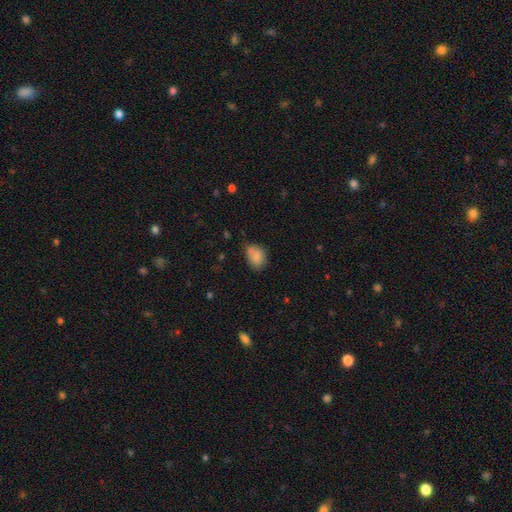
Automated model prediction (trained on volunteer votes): A smooth galaxy with no disk features (82%) that is in between round and cigar-shaped (70%). Merging: none (56%).